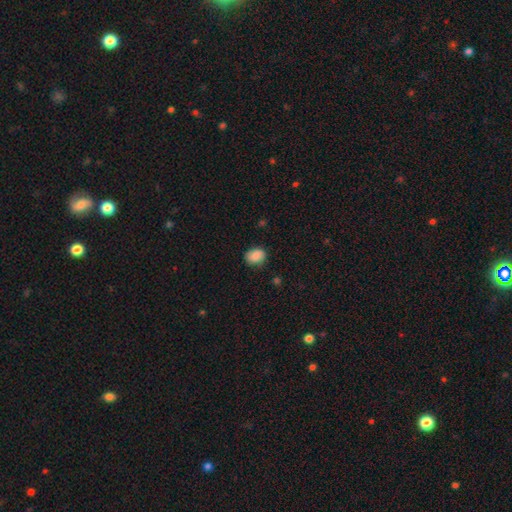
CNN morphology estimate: Smooth or featured? smooth (87%)
How rounded? in between (58%)
Merging? none (78%)